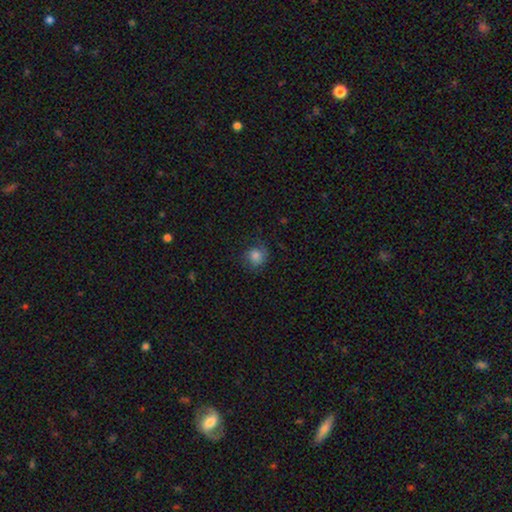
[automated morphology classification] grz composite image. It shows a smooth galaxy with no disk features (76%) that is round (79%). Merging: none (68%).